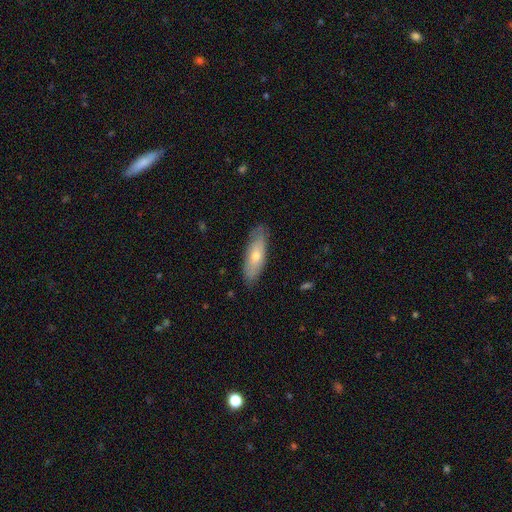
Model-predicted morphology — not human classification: This appears to be a smooth galaxy with no disk features (58%) that is in between round and cigar-shaped (51%). Merging: none (83%).